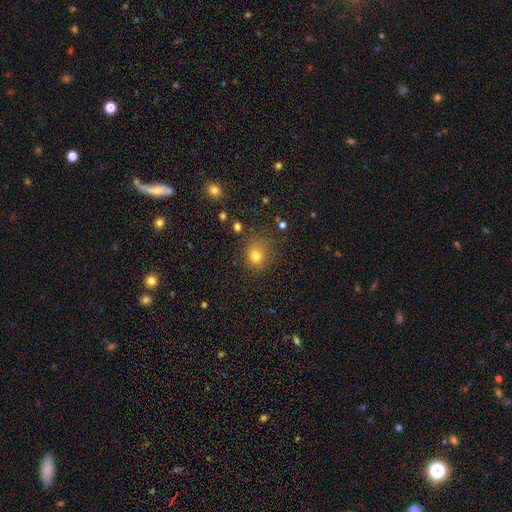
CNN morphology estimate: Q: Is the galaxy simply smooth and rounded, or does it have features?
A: smooth — 78%.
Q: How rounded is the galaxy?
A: round — 74%.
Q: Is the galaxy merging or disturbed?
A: none — 73%.